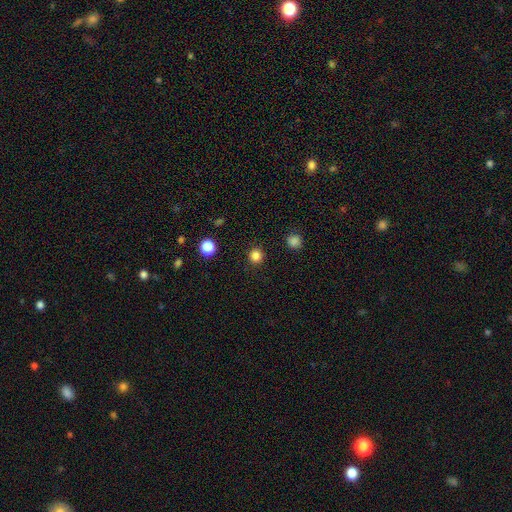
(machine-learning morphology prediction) This appears to be a smooth galaxy with no disk features (84%) that is round (93%). Merging: none (92%).